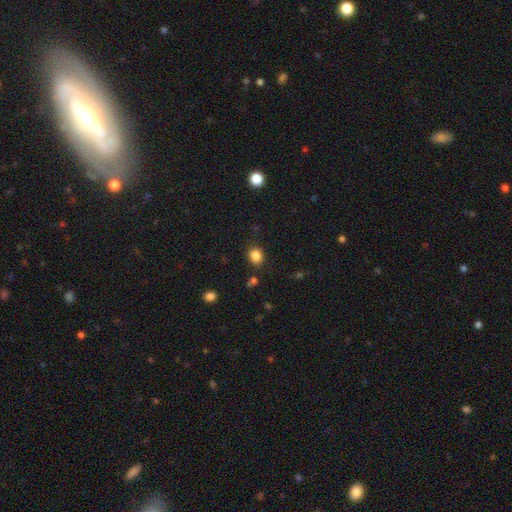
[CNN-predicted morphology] Overall: smooth (84%). How rounded: round (61%; in between 38%). Merging: none (83%).